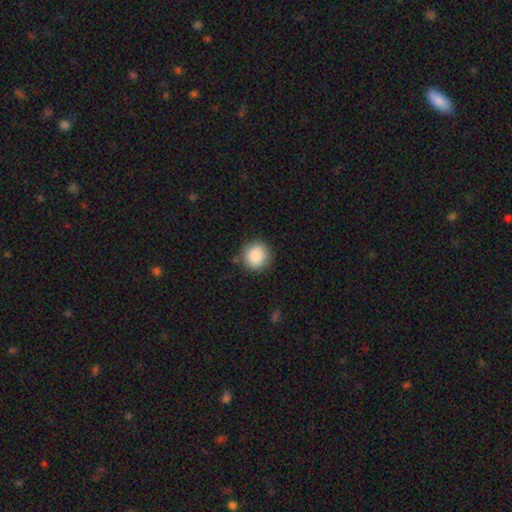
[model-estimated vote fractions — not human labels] Smooth or featured?
  - smooth: 88% *
  - star or artifact: 8%
  - featured or disk: 4%
How rounded?
  - round: 93% *
  - in between: 6%
  - cigar-shaped: 1%
Merging?
  - none: 87% *
  - minor disturbance: 9%
  - major disturbance: 3%
  - merger: 2%